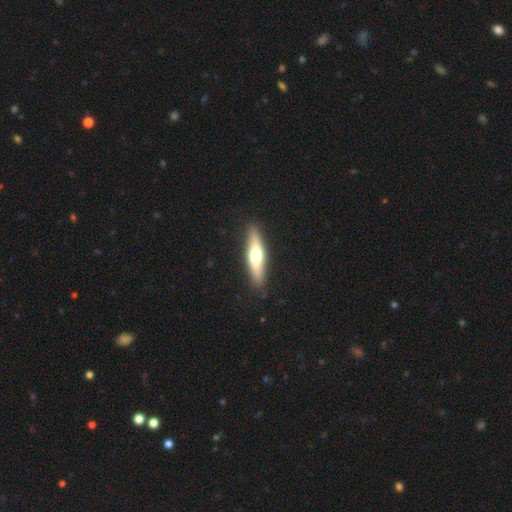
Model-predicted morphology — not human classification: Smooth or featured? smooth (49%)
Merging? none (88%)